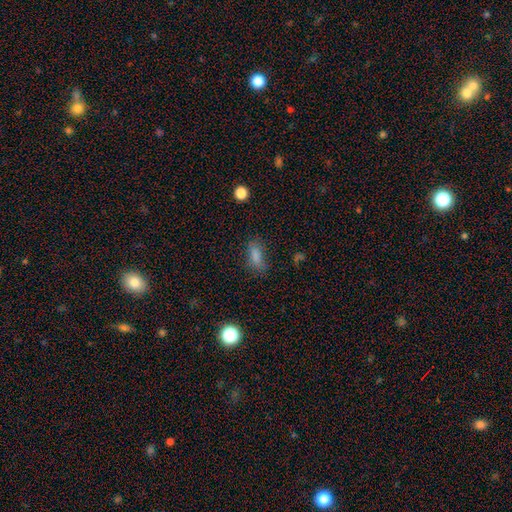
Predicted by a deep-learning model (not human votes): smooth_or_featured: smooth (p=0.78) [alt: star or artifact p=0.14]
how_rounded: in between (p=0.77) [alt: cigar-shaped p=0.18]
merging: none (p=0.65) [alt: minor disturbance p=0.23]